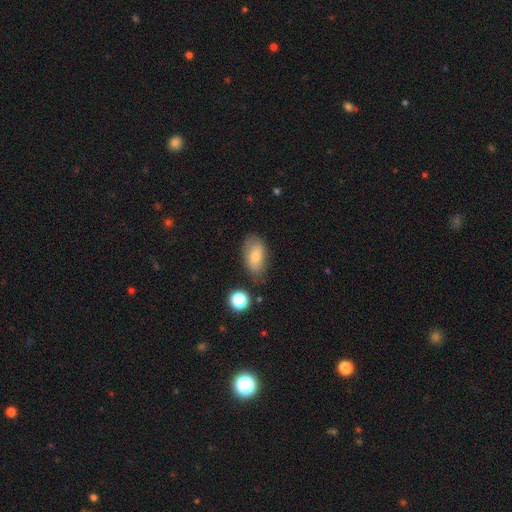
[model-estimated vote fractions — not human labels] Smooth or featured: smooth — 71% (featured or disk — 21%)
How rounded: in between — 90% (round — 6%)
Merging: none — 67% (minor disturbance — 24%)